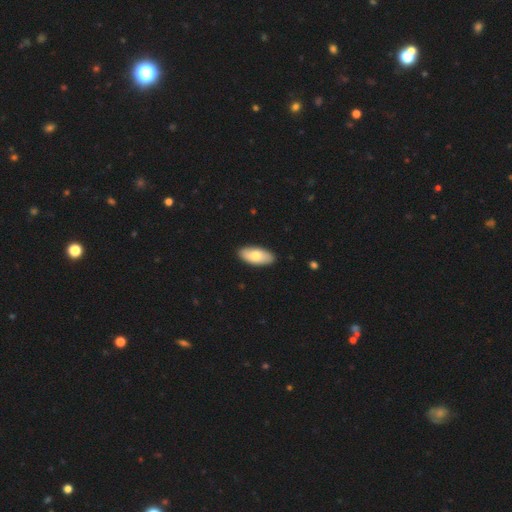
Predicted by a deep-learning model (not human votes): smooth-or-featured: smooth: 77% | featured or disk: 18% | star or artifact: 5%
  how-rounded: in between: 90% | cigar-shaped: 8% | round: 2%
  merging: none: 90% | minor disturbance: 8% | major disturbance: 1% | merger: 1%